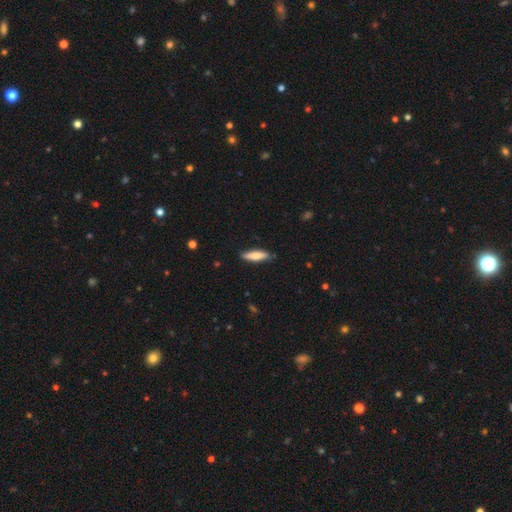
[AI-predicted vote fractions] The model was most divided on "smooth or featured": smooth: 69%, featured or disk: 25%, star or artifact: 6%. More confident: merging — none (86%); how rounded — cigar-shaped (71%).